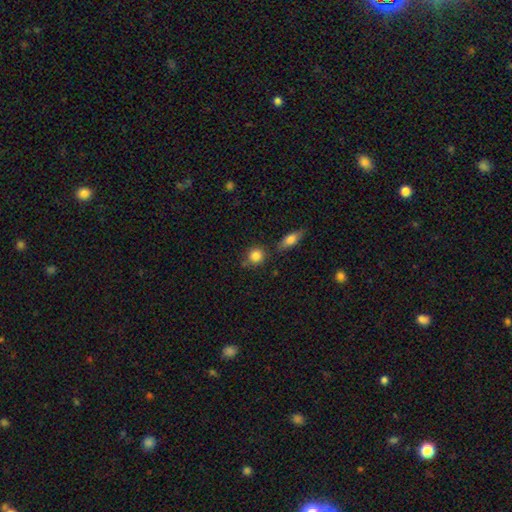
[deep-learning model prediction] This appears to be a smooth galaxy with no disk features (84%) that is round (84%). Merging: none (71%).